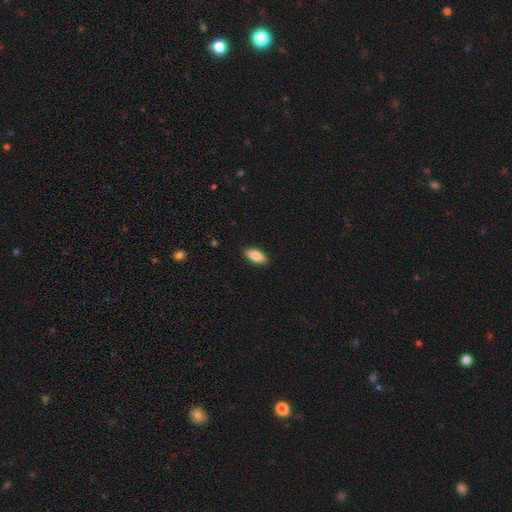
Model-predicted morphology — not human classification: This is clearly a smooth galaxy (86%). How rounded: clearly in between (84%). Merging: clearly none (89%).